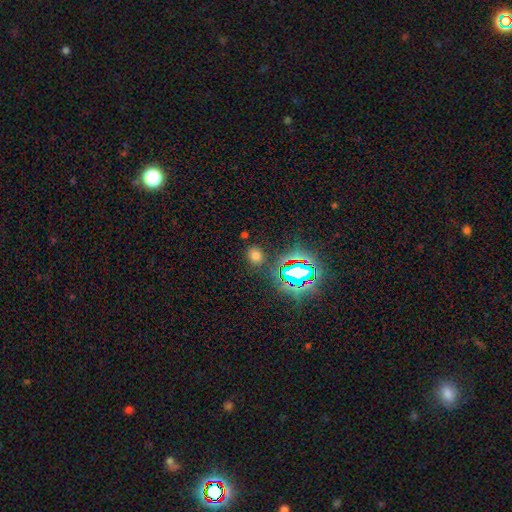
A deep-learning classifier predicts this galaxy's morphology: A smooth galaxy with no disk features (63%) that is round (60%).

Vote fractions:
- Smooth or featured? smooth: 63% / star or artifact: 31% / featured or disk: 7%
- How rounded? round: 60% / in between: 39% / cigar-shaped: 1%
- Merging? none: 84% / minor disturbance: 9% / merger: 4% / major disturbance: 3%